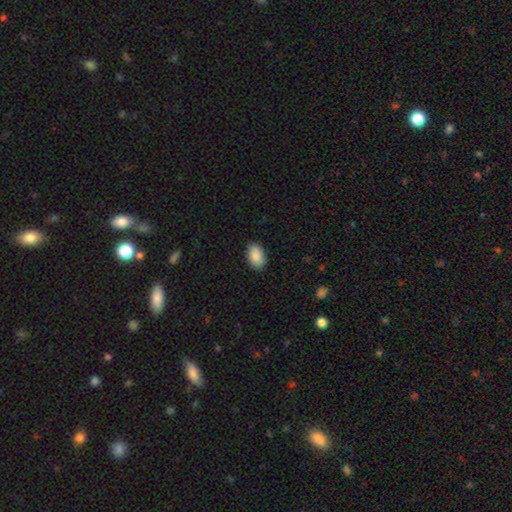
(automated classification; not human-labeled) smooth_or_featured: smooth (p=0.90) [alt: star or artifact p=0.06]
how_rounded: in between (p=0.91) [alt: round p=0.08]
merging: none (p=0.87) [alt: minor disturbance p=0.10]